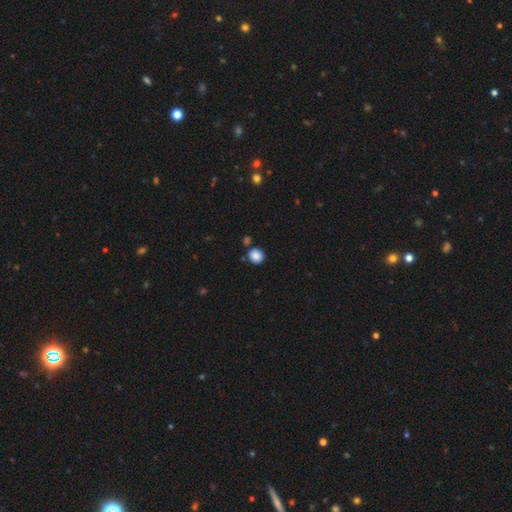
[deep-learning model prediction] smooth-or-featured: smooth: 87% | star or artifact: 9% | featured or disk: 4%
  how-rounded: round: 84% | in between: 15% | cigar-shaped: 1%
  merging: none: 80% | minor disturbance: 10% | merger: 8% | major disturbance: 3%